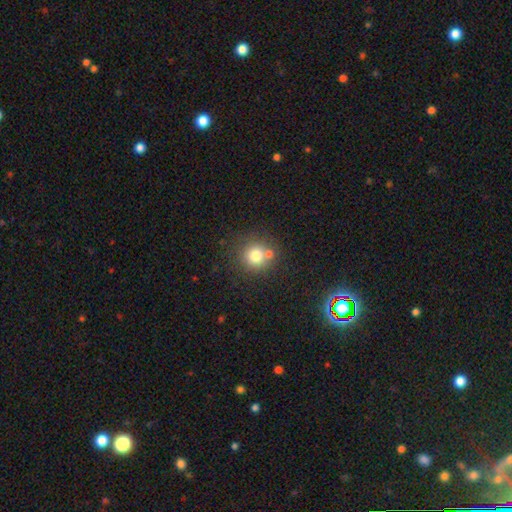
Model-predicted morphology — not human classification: This appears to be a smooth galaxy with no disk features (76%) that is round (92%). Merging: none (67%).